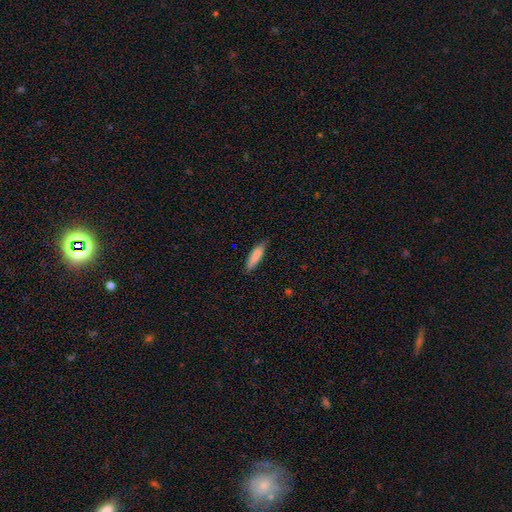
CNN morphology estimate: This is clearly a smooth galaxy (85%). How rounded: likely cigar-shaped (70%). Merging: clearly none (83%).